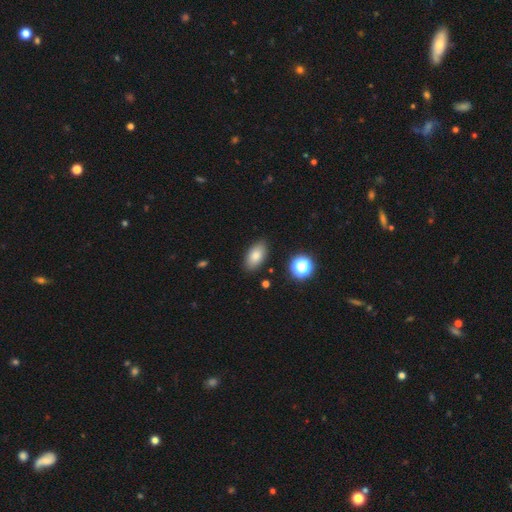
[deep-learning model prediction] A smooth galaxy with no disk features (81%) that is in between round and cigar-shaped (91%). Merging: none (87%).